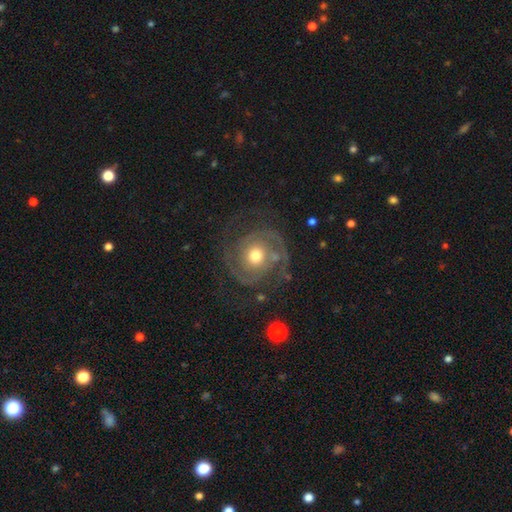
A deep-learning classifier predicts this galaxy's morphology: The model was most divided on "spiral winding": tight: 52%, medium: 38%, loose: 10%. More confident: edge-on disk — no (98%); spiral arms — yes (96%); smooth or featured — featured or disk (87%); bar — no (78%); spiral arm count — 2 (77%); merging — none (72%); bulge size — moderate (70%).